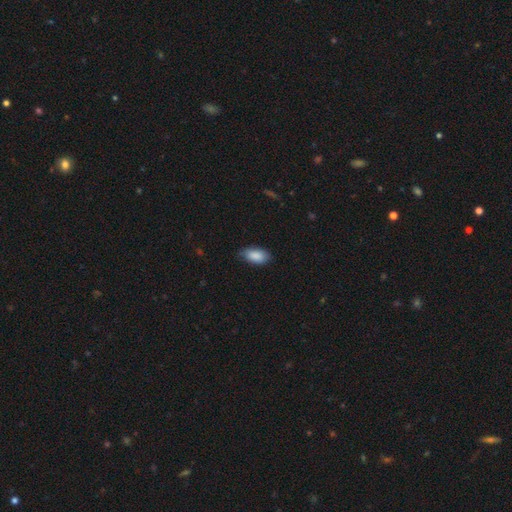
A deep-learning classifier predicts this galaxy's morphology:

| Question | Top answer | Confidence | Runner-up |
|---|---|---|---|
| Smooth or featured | smooth | 88% | star or artifact (6%) |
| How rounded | in between | 92% | cigar-shaped (5%) |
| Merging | none | 76% | minor disturbance (20%) |